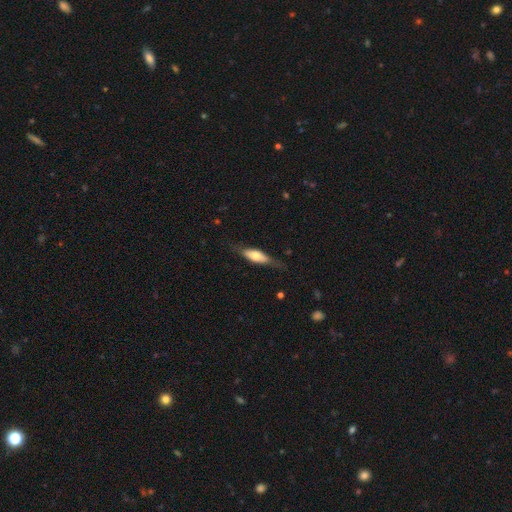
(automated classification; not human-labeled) Smooth or featured?
  - smooth: 53% *
  - featured or disk: 41%
  - star or artifact: 6%
How rounded?
  - in between: 54% *
  - cigar-shaped: 43%
  - round: 3%
Merging?
  - none: 68% *
  - minor disturbance: 22%
  - major disturbance: 9%
  - merger: 2%